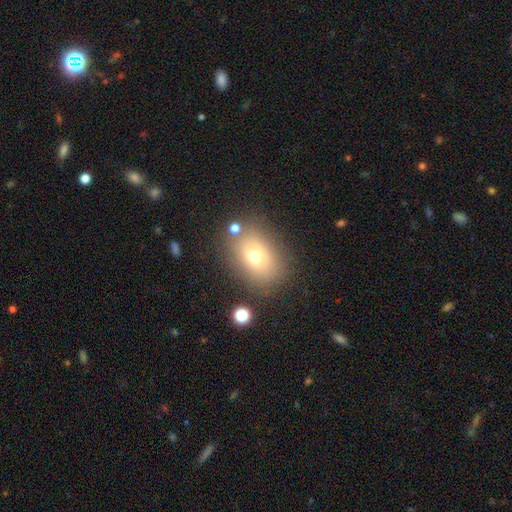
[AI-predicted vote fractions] A smooth galaxy with no disk features (70%) that is in between round and cigar-shaped (69%).

Vote fractions:
- Smooth or featured? smooth: 70% / featured or disk: 16% / star or artifact: 14%
- How rounded? in between: 69% / round: 30% / cigar-shaped: 1%
- Merging? none: 78% / minor disturbance: 12% / merger: 5% / major disturbance: 5%